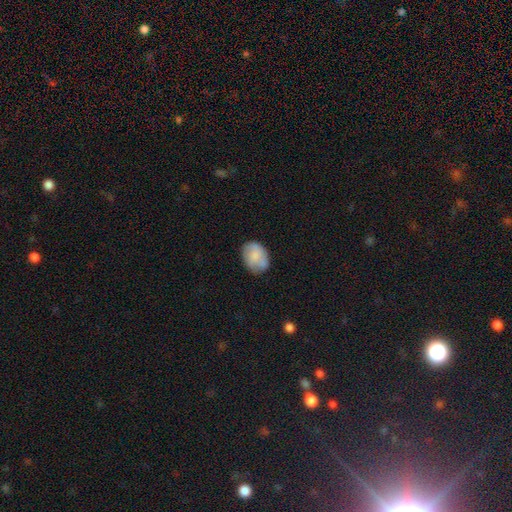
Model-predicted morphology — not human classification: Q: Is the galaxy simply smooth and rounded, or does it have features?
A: smooth — 71%.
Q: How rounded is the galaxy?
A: in between — 73%.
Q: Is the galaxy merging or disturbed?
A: none — 68%.